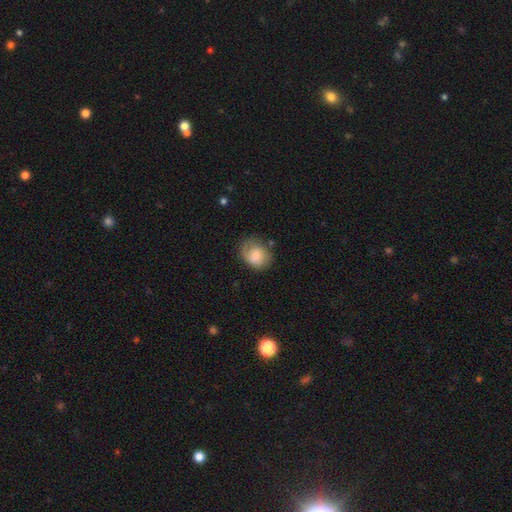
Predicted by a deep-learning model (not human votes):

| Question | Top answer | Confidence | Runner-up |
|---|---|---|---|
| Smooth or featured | smooth | 68% | featured or disk (24%) |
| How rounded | in between | 52% | round (47%) |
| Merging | none | 60% | minor disturbance (27%) |